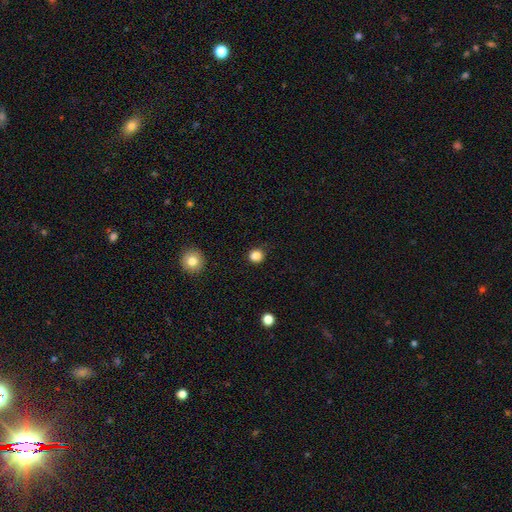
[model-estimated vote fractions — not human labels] Smooth or featured?
  - smooth: 84% *
  - star or artifact: 13%
  - featured or disk: 3%
How rounded?
  - round: 89% *
  - in between: 10%
  - cigar-shaped: 1%
Merging?
  - none: 85% *
  - minor disturbance: 10%
  - major disturbance: 3%
  - merger: 2%